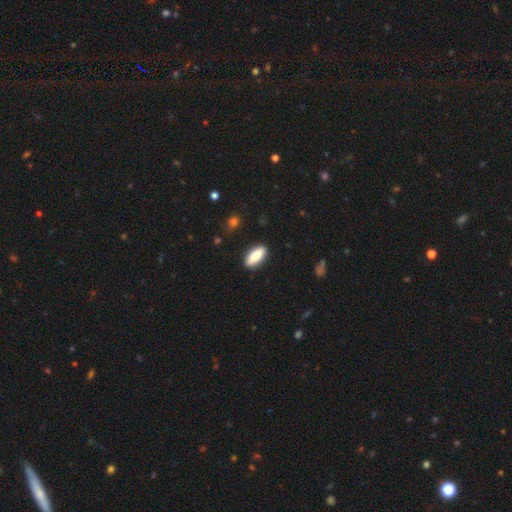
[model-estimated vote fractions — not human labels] A smooth galaxy with no disk features (85%) that is in between round and cigar-shaped (78%). Merging: none (88%).